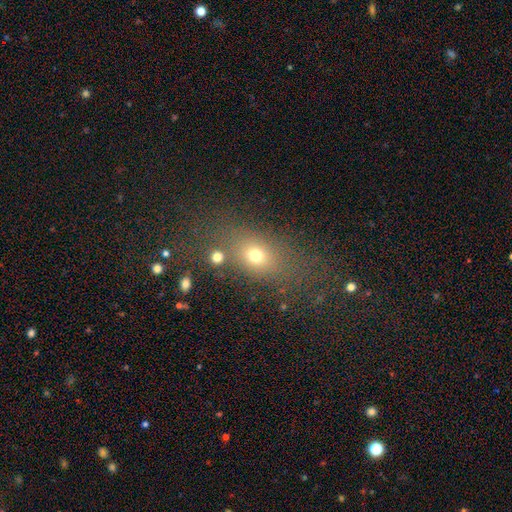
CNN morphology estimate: smooth-or-featured: smooth: 68% | star or artifact: 19% | featured or disk: 13%
  how-rounded: in between: 62% | round: 32% | cigar-shaped: 6%
  merging: none: 66% | minor disturbance: 14% | major disturbance: 10% | merger: 10%